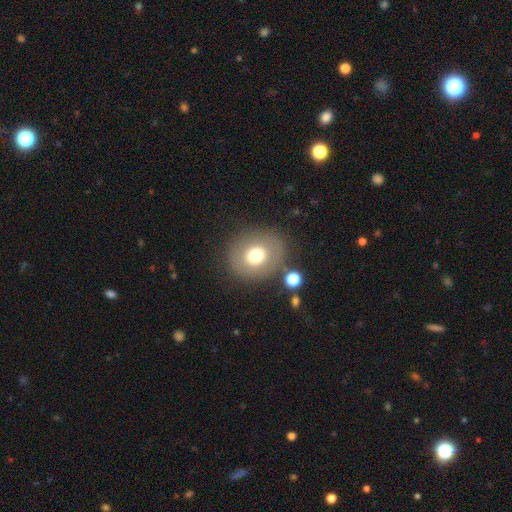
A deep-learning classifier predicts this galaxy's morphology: Overall: smooth (68%). How rounded: round (81%). Merging: none (80%).